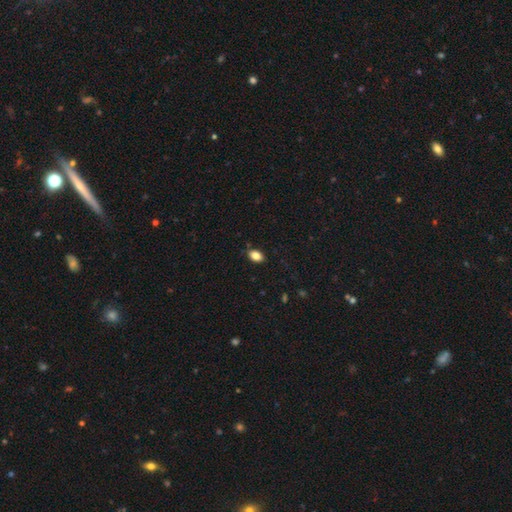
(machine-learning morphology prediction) smooth 84%, star or artifact 9%, featured or disk 6%. Down the decision tree: how rounded — in between (87%); merging — none (84%).